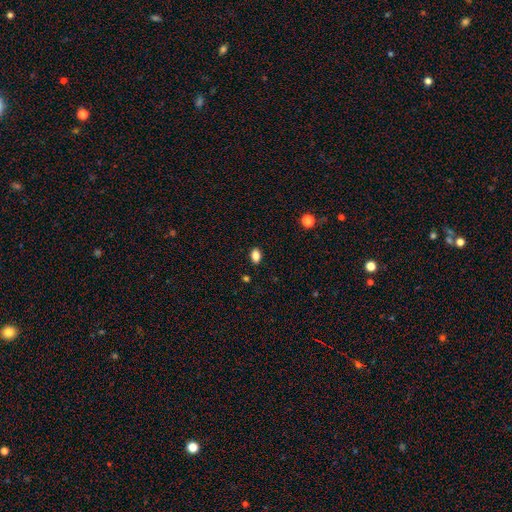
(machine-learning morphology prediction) Smooth or featured? smooth (85%)
How rounded? in between (84%)
Merging? none (88%)